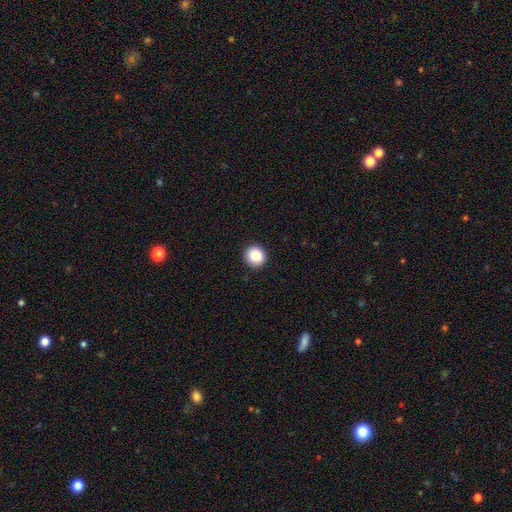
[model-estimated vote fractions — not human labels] Smooth or featured: smooth — 87% (star or artifact — 9%)
How rounded: round — 90% (in between — 9%)
Merging: none — 92% (minor disturbance — 5%)